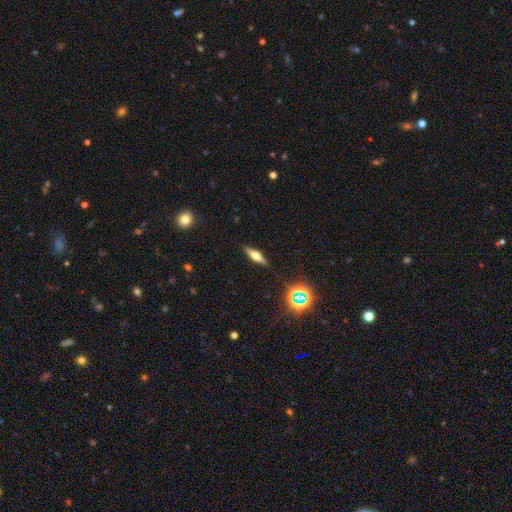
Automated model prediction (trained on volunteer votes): smooth_or_featured: featured or disk (p=0.49) [alt: smooth p=0.39]
merging: none (p=0.87) [alt: minor disturbance p=0.09]